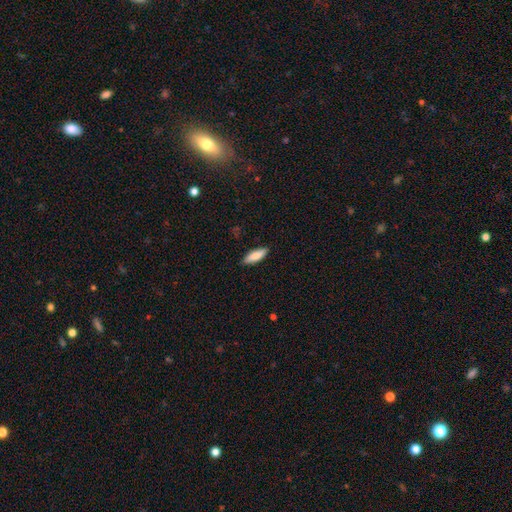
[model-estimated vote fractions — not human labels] Smooth or featured: smooth — 83% (featured or disk — 11%)
How rounded: in between — 53% (cigar-shaped — 45%)
Merging: none — 86% (minor disturbance — 11%)